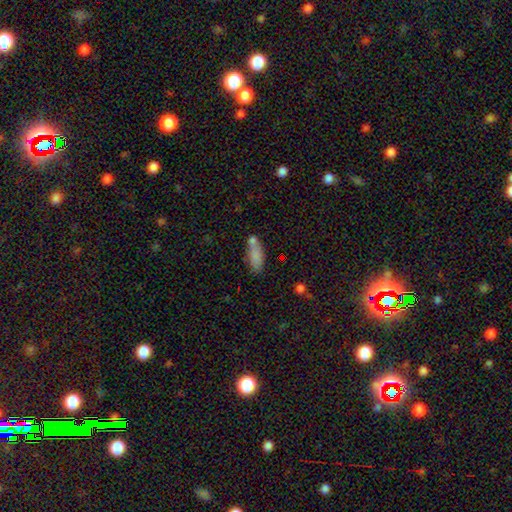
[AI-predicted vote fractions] smooth_or_featured: smooth (p=0.79) [alt: featured or disk p=0.12]
how_rounded: in between (p=0.75) [alt: cigar-shaped p=0.22]
merging: none (p=0.49) [alt: merger p=0.26]